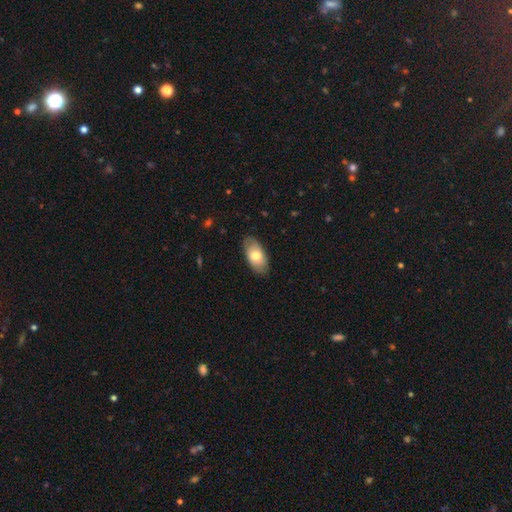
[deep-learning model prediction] Smooth or featured: smooth — 70% (featured or disk — 24%)
How rounded: in between — 93% (round — 4%)
Merging: none — 84% (minor disturbance — 13%)